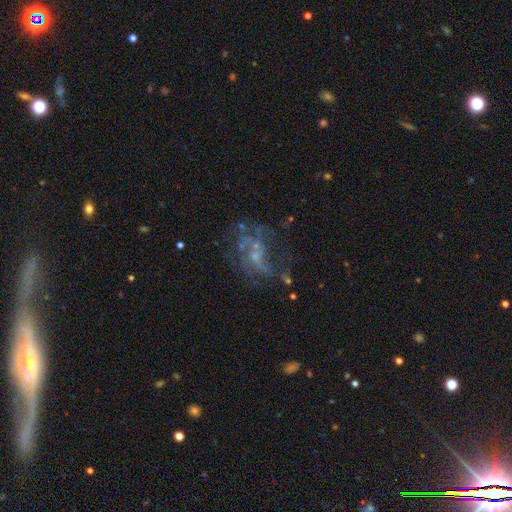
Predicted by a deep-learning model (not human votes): The model was most divided on "bar": no: 58%, weak: 34%, strong: 9%. More confident: edge-on disk — no (96%); spiral arms — yes (71%); smooth or featured — featured or disk (64%); merging — none (56%); bulge size — small (55%).